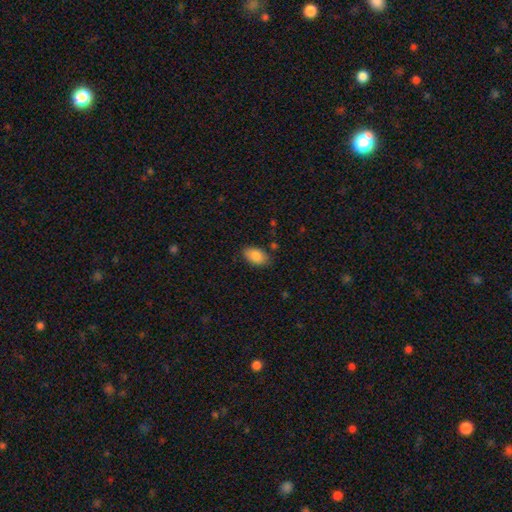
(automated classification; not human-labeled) Overall: smooth (85%). How rounded: in between (93%). Merging: none (82%).